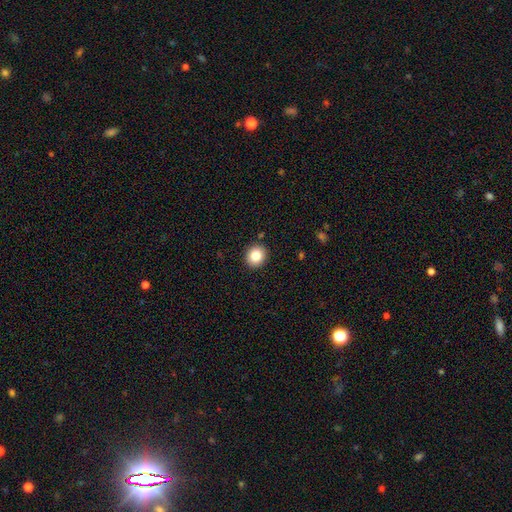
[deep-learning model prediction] A smooth galaxy with no disk features (84%) that is round (78%). Merging: none (91%).